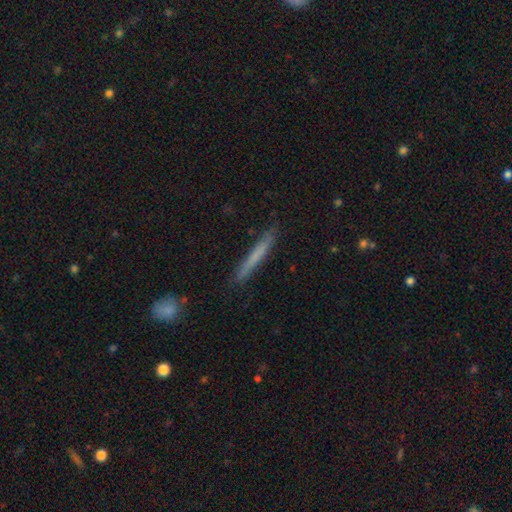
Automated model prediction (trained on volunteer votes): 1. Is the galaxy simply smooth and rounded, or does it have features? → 64% smooth, 30% featured or disk, 6% star or artifact.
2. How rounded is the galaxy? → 97% cigar-shaped, 2% in between, 1% round.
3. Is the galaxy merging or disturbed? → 89% none, 9% minor disturbance, 2% major disturbance, 1% merger.